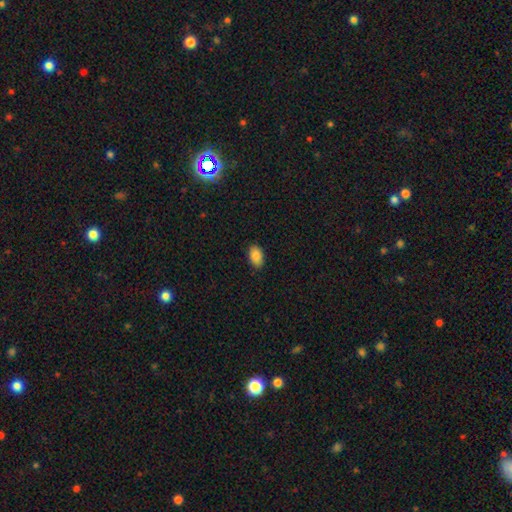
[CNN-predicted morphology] A smooth galaxy with no disk features (86%) that is in between round and cigar-shaped (93%).

Vote fractions:
- Smooth or featured? smooth: 86% / star or artifact: 8% / featured or disk: 6%
- How rounded? in between: 93% / round: 6% / cigar-shaped: 2%
- Merging? none: 88% / minor disturbance: 9% / major disturbance: 2% / merger: 1%